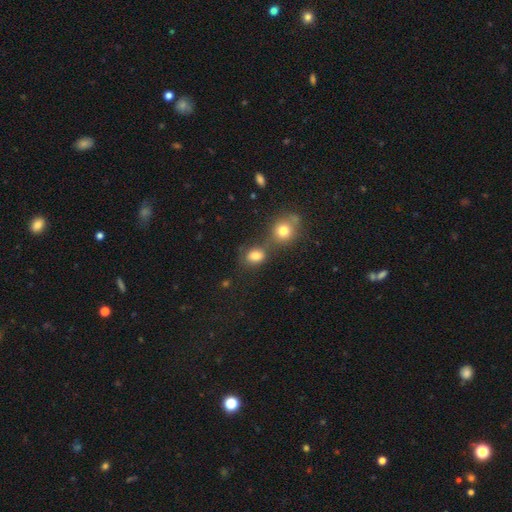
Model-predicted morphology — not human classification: Smooth or featured?
  - smooth: 79% *
  - star or artifact: 13%
  - featured or disk: 8%
How rounded?
  - in between: 50% *
  - round: 48%
  - cigar-shaped: 1%
Merging?
  - none: 49% *
  - merger: 34%
  - minor disturbance: 12%
  - major disturbance: 5%